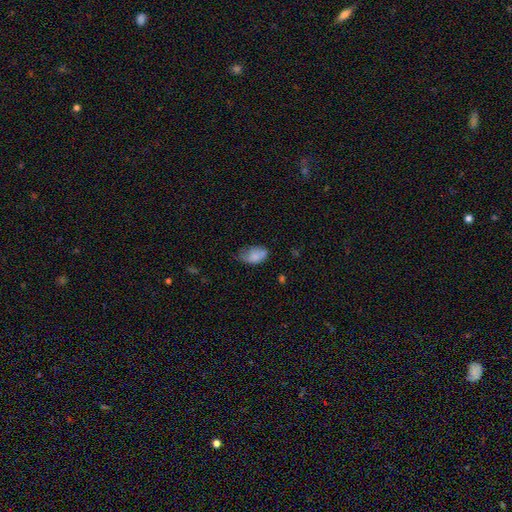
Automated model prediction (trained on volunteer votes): Smooth or featured? smooth (80%)
How rounded? in between (91%)
Merging? none (42%)